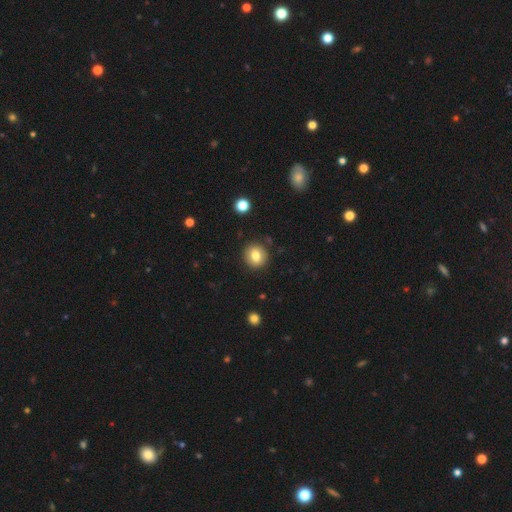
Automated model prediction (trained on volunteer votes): This is likely a smooth galaxy (79%). How rounded: clearly round (83%). Merging: clearly none (88%).